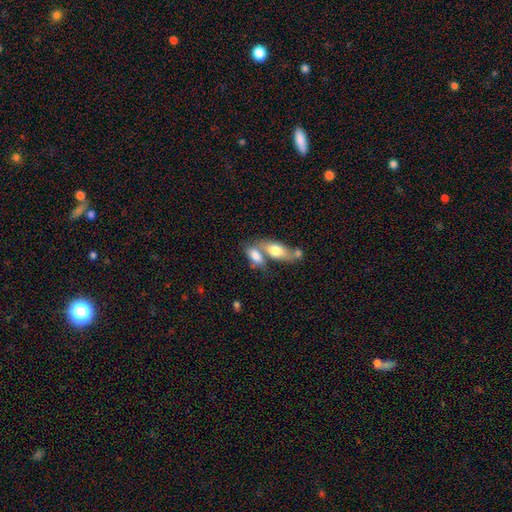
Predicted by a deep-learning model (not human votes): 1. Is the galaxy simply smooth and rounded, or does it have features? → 75% smooth, 18% featured or disk, 7% star or artifact.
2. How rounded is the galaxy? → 84% in between, 11% cigar-shaped, 5% round.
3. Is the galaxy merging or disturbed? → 58% merger, 28% none, 9% minor disturbance, 5% major disturbance.